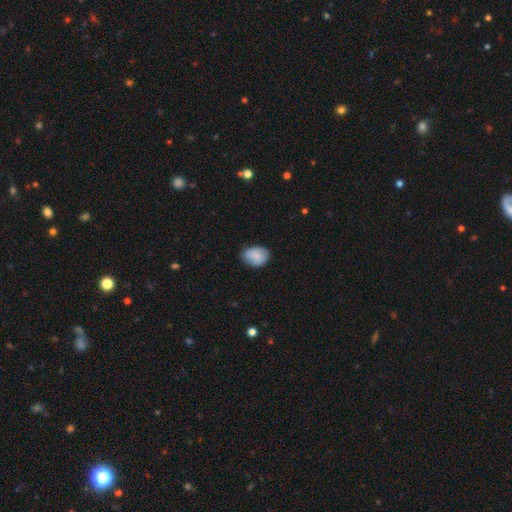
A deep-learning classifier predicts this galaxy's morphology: smooth_or_featured: smooth (p=0.81) [alt: featured or disk p=0.12]
how_rounded: in between (p=0.70) [alt: round p=0.29]
merging: none (p=0.73) [alt: minor disturbance p=0.22]